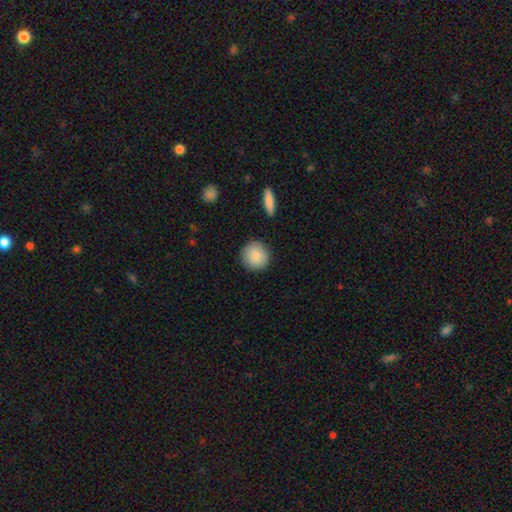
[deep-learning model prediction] Smooth or featured?
  - smooth: 87% *
  - star or artifact: 7%
  - featured or disk: 6%
How rounded?
  - round: 93% *
  - in between: 6%
  - cigar-shaped: 1%
Merging?
  - none: 89% *
  - minor disturbance: 7%
  - major disturbance: 2%
  - merger: 1%